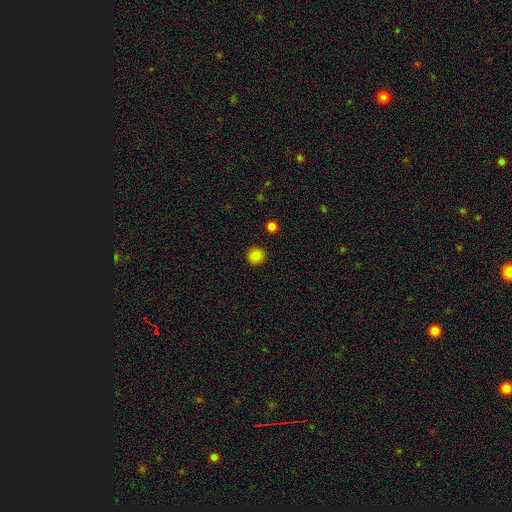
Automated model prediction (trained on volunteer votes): Smooth or featured? smooth (86%)
How rounded? round (93%)
Merging? none (92%)